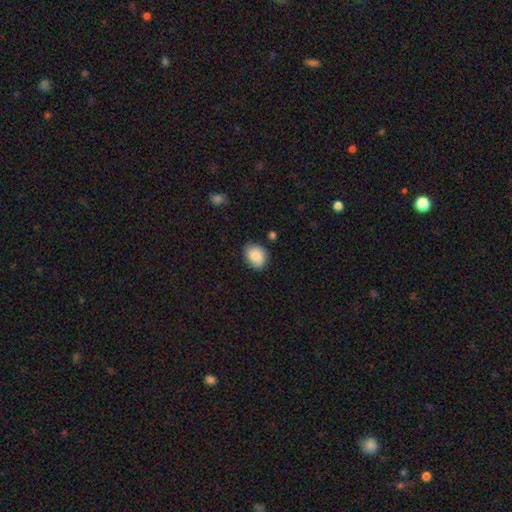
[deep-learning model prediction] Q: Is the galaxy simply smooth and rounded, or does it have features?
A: smooth — 85%.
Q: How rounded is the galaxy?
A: in between — 52%.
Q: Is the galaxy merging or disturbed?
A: none — 74%.